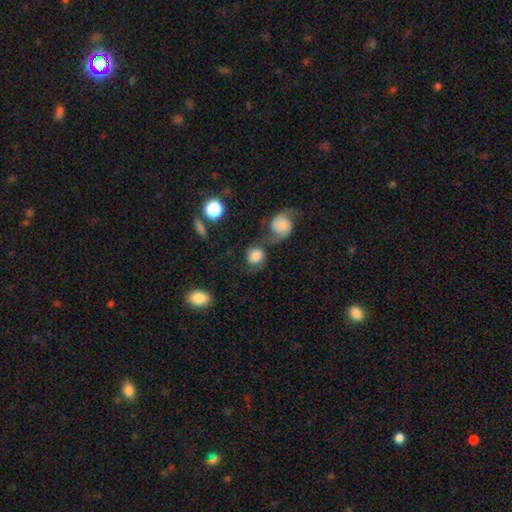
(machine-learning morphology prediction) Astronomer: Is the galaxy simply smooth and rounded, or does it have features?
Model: smooth — 76%.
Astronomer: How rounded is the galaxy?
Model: round — 76%.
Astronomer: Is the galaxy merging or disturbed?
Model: none — 42% (runner-up: merger, 30%).